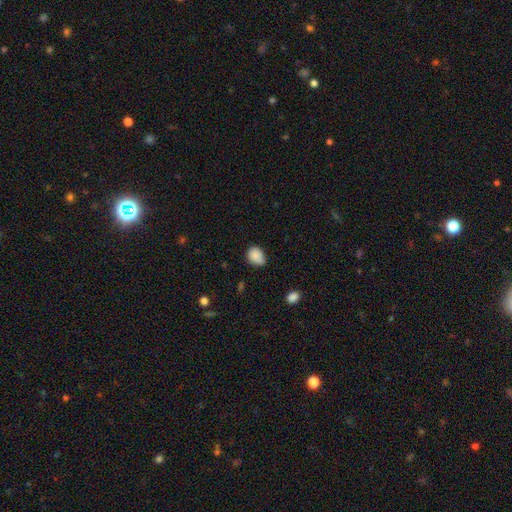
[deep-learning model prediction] Q: Smooth or featured?
A: smooth (86%); runner-up: star or artifact (9%)
Q: How rounded?
A: in between (55%); runner-up: round (44%)
Q: Merging?
A: none (57%); runner-up: minor disturbance (35%)